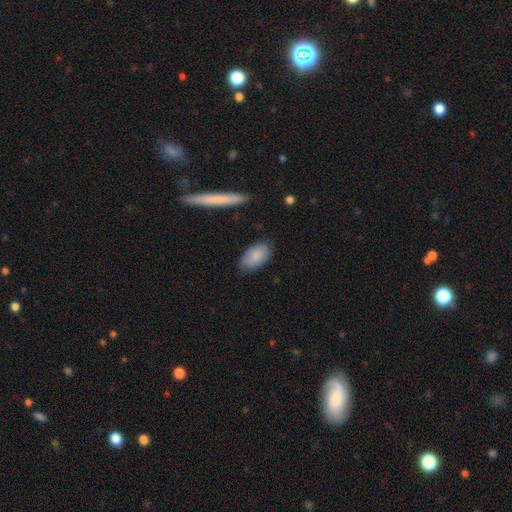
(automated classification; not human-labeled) smooth_or_featured: smooth (p=0.85) [alt: featured or disk p=0.09]
how_rounded: in between (p=0.94) [alt: round p=0.04]
merging: none (p=0.81) [alt: minor disturbance p=0.14]